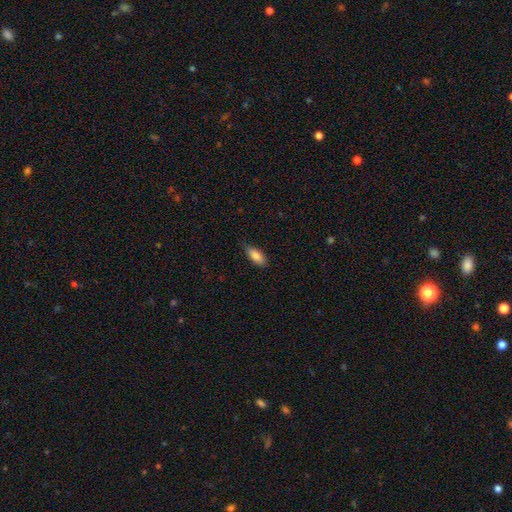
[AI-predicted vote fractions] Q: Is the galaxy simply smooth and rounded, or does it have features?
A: smooth — 86%.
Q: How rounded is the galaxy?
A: in between — 80%.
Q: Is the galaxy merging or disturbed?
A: none — 82%.